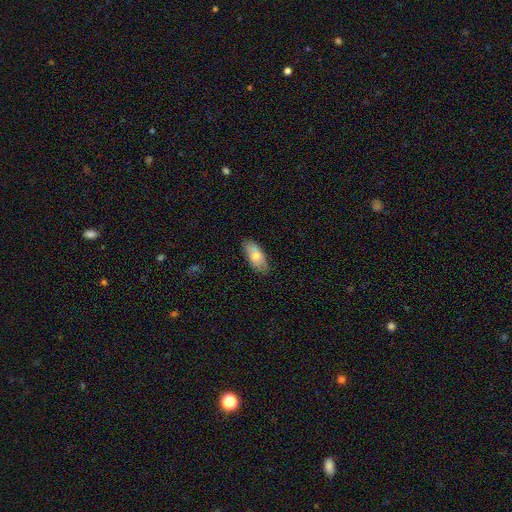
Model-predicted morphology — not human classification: Smooth or featured? smooth (71%)
How rounded? in between (87%)
Merging? none (83%)